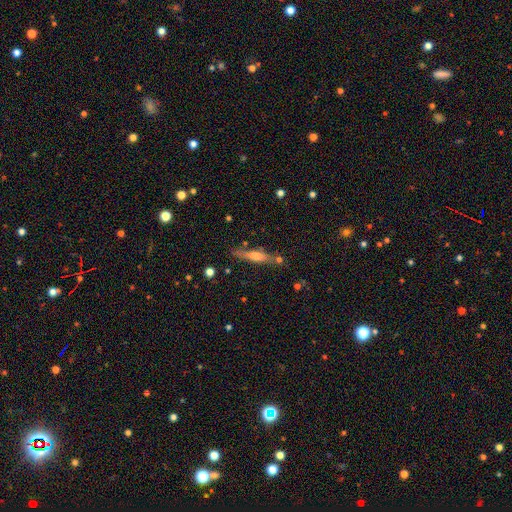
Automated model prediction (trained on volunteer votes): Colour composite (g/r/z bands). It shows a featured or disk galaxy (56%) viewed edge-on (93%) with a rounded central bulge (64%). Merging: none (80%).